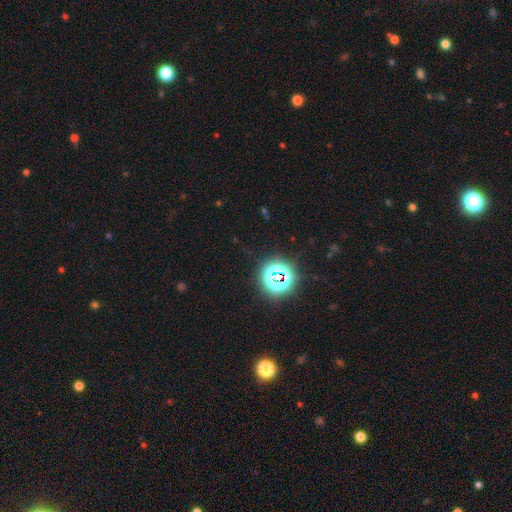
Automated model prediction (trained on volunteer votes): A star or artifact, not a galaxy (80%).